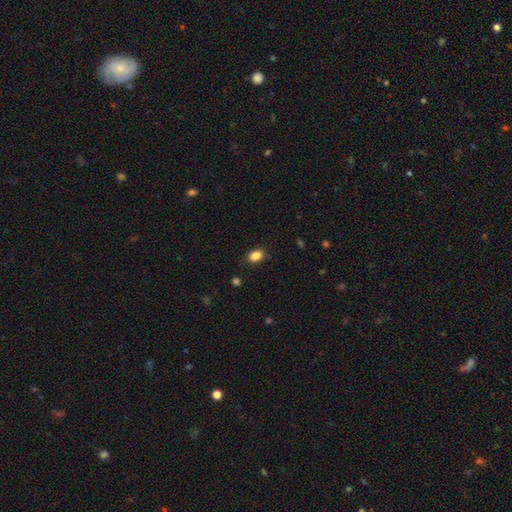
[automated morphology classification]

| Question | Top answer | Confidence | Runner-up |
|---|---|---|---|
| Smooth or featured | smooth | 87% | star or artifact (9%) |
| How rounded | in between | 84% | round (15%) |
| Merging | none | 84% | minor disturbance (12%) |